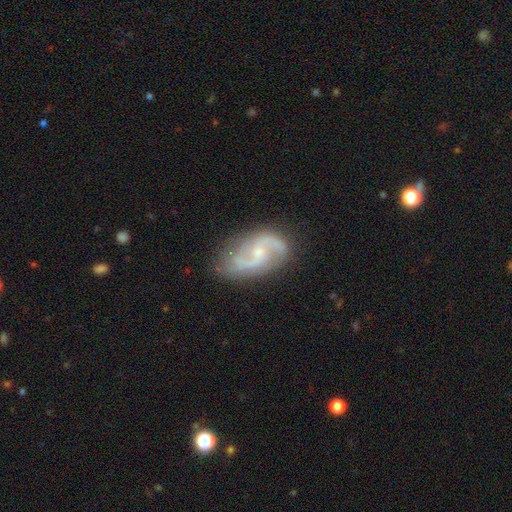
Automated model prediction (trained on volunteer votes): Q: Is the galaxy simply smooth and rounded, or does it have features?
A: featured or disk — 84%.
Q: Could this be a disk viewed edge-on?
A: no — 97%.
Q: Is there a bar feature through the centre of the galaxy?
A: no — 47%.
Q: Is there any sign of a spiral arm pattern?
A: yes — 96%.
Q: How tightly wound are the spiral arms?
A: medium — 45%.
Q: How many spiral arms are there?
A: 2 — 89%.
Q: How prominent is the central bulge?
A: small — 63%.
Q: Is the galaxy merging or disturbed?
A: none — 79%.